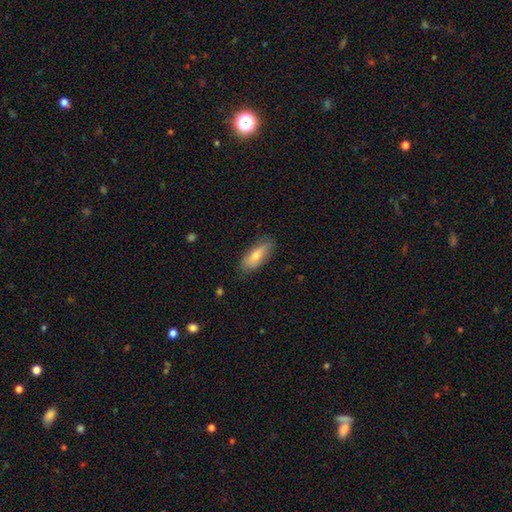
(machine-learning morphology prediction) smooth_or_featured: smooth (p=0.65) [alt: featured or disk p=0.28]
how_rounded: in between (p=0.65) [alt: cigar-shaped p=0.33]
merging: none (p=0.79) [alt: minor disturbance p=0.17]